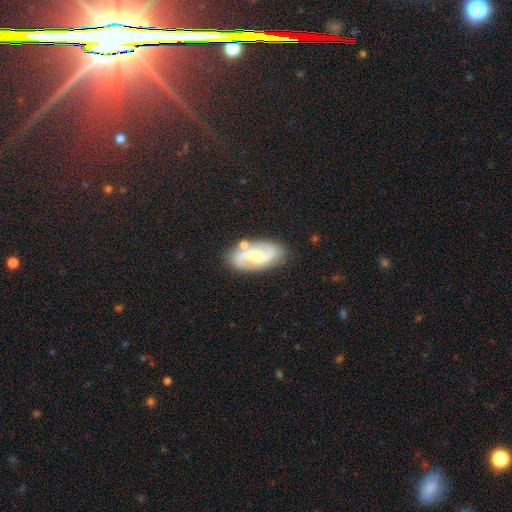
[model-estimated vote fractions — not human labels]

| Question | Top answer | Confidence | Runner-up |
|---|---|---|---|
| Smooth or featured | featured or disk | 82% | smooth (13%) |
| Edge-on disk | no | 97% | yes (3%) |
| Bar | weak | 48% | strong (26%) |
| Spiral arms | yes | 95% | no (5%) |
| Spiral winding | medium | 48% | loose (36%) |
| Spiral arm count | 2 | 92% | can't tell (3%) |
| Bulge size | moderate | 52% | small (28%) |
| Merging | none | 78% | minor disturbance (13%) |